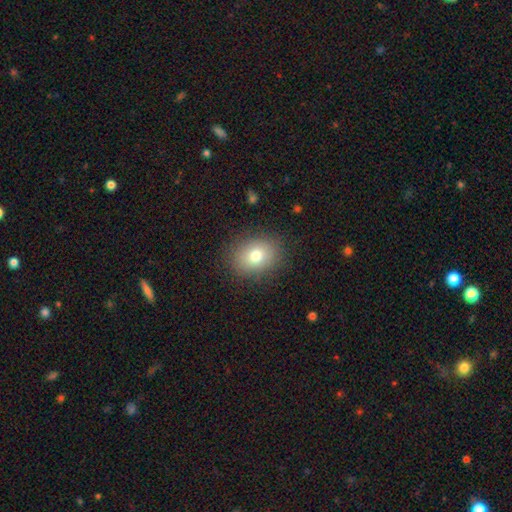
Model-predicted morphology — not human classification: Smooth or featured?
  - smooth: 77% *
  - featured or disk: 12%
  - star or artifact: 11%
How rounded?
  - in between: 57% *
  - round: 42%
  - cigar-shaped: 1%
Merging?
  - none: 86% *
  - minor disturbance: 10%
  - major disturbance: 4%
  - merger: 1%